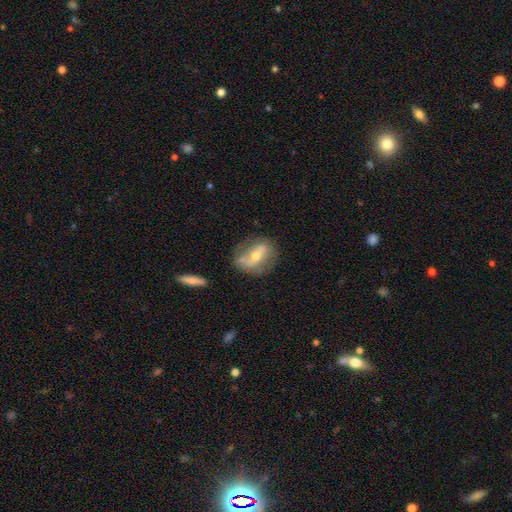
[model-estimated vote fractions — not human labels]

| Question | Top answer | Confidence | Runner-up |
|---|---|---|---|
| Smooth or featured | featured or disk | 57% | smooth (35%) |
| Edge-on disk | no | 86% | yes (14%) |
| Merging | none | 66% | minor disturbance (21%) |